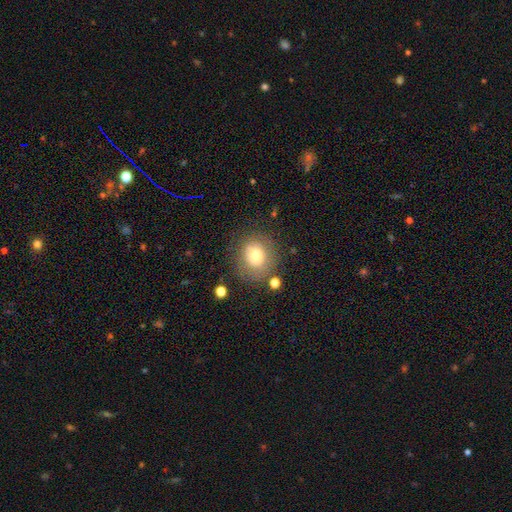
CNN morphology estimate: smooth 65%, featured or disk 24%, star or artifact 11%. Down the decision tree: how rounded — round (76%); merging — none (72%).